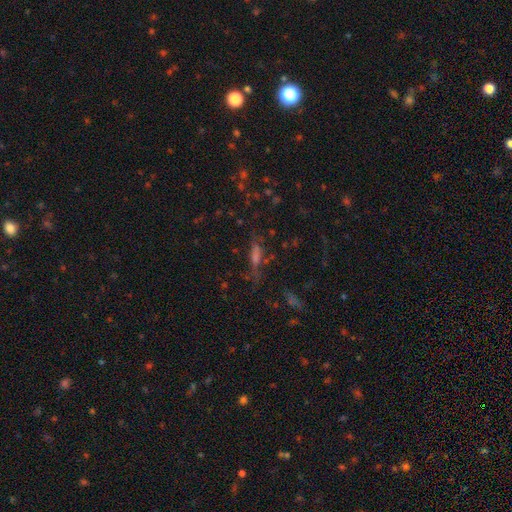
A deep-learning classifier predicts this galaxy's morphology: Overall: smooth (40%; star or artifact 35%). Merging: none (61%).